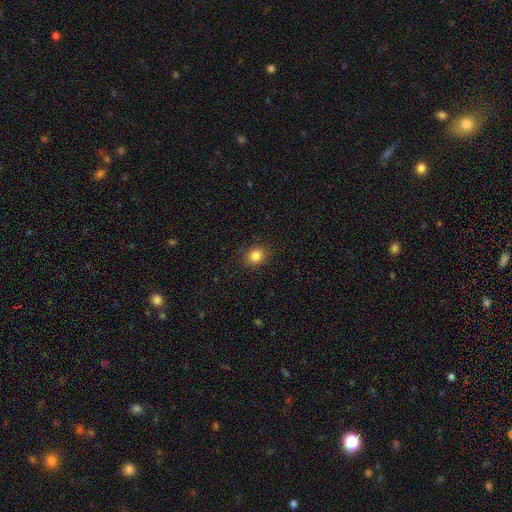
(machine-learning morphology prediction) This is clearly a smooth galaxy (84%). How rounded: likely round (70%). Merging: clearly none (87%).